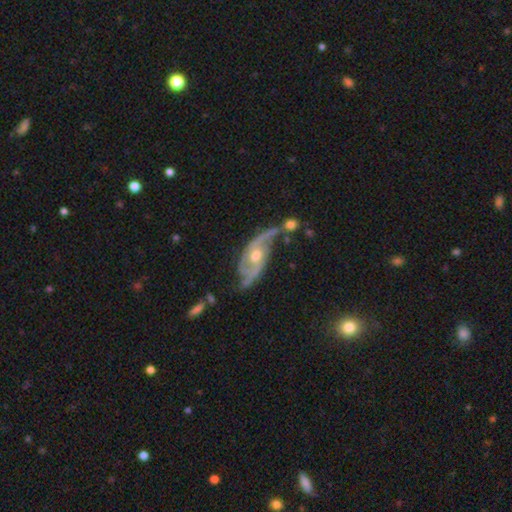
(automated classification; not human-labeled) Smooth or featured? featured or disk (87%)
Edge-on disk? no (93%)
Bar? no (61%)
Spiral arms? yes (95%)
Spiral winding? loose (40%)
Spiral arm count? 2 (76%)
Bulge size? moderate (61%)
Merging? none (45%)